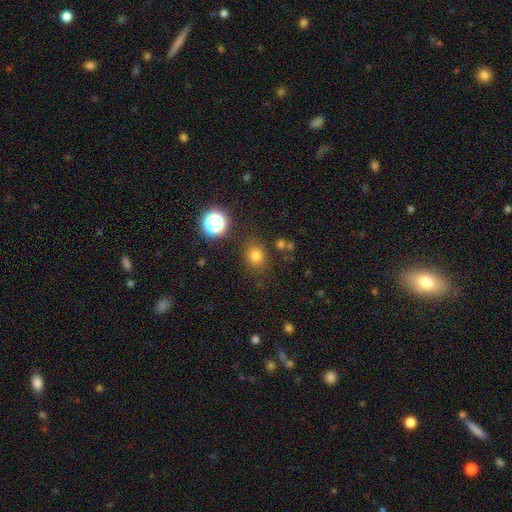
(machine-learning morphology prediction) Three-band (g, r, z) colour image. It shows a smooth galaxy with no disk features (76%) that is round (66%). Merging: none (81%).